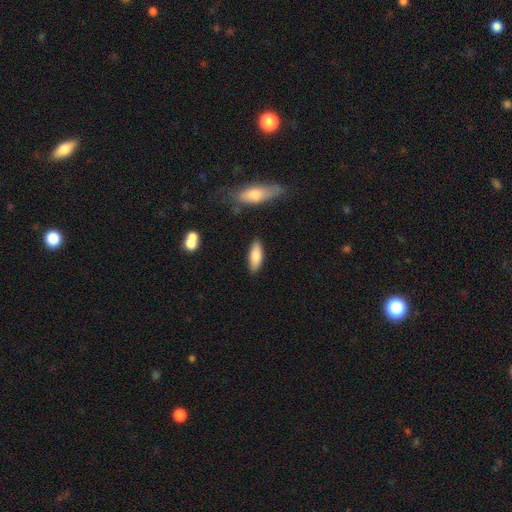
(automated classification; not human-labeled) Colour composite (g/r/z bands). It shows a smooth galaxy with no disk features (81%) that is in between round and cigar-shaped (65%). Merging: none (84%).